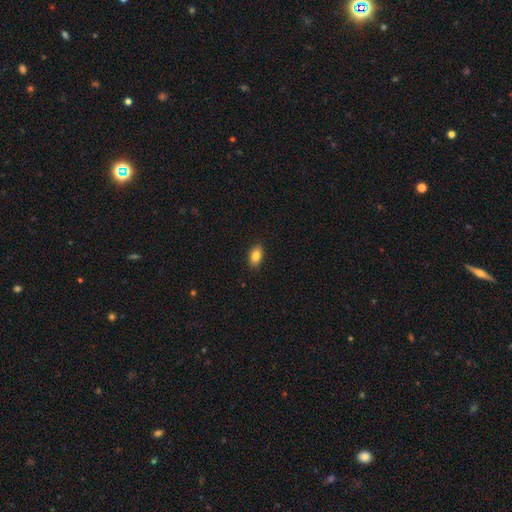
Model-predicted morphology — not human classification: smooth-or-featured: smooth: 84% | star or artifact: 8% | featured or disk: 7%
  how-rounded: in between: 90% | round: 7% | cigar-shaped: 3%
  merging: none: 90% | minor disturbance: 8% | major disturbance: 2% | merger: 1%